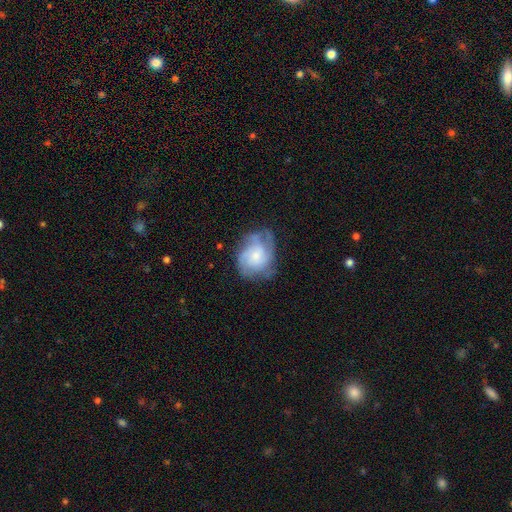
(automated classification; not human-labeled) Overall: featured or disk (66%; smooth 27%). Edge-on disk: no (98%). Bar: no (74%). Spiral arms: yes (86%). Spiral arm count: can't tell (34%; 3 28%). Spiral winding: tight (43%; medium 42%). Bulge size: small (46%; moderate 38%). Merging: none (55%; minor disturbance 27%).